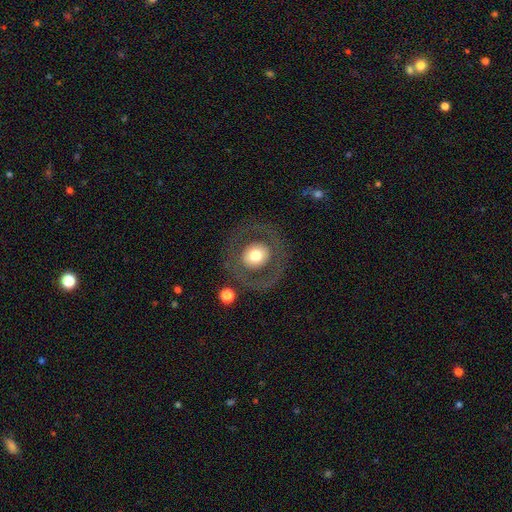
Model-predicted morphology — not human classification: smooth_or_featured: smooth (p=0.50) [alt: featured or disk p=0.42]
how_rounded: round (p=0.89) [alt: in between p=0.10]
merging: none (p=0.81) [alt: major disturbance p=0.09]